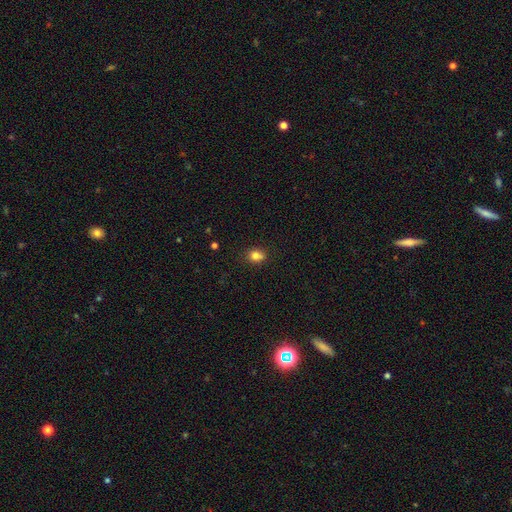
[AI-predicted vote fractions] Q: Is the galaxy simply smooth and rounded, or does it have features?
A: smooth — 80%.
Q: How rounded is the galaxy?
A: round — 62%.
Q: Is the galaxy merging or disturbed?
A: none — 75%.